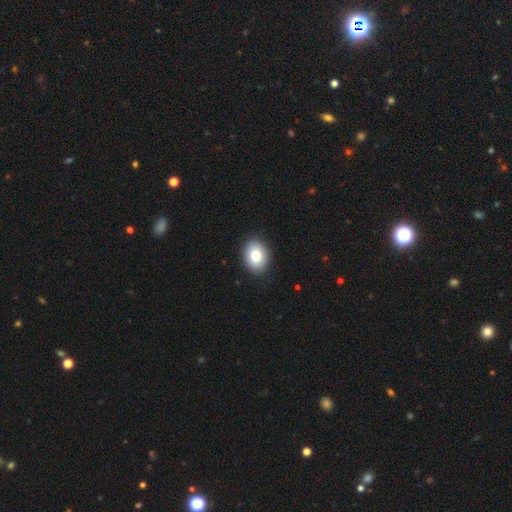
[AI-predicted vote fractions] Overall: smooth (85%). How rounded: in between (71%). Merging: none (89%).